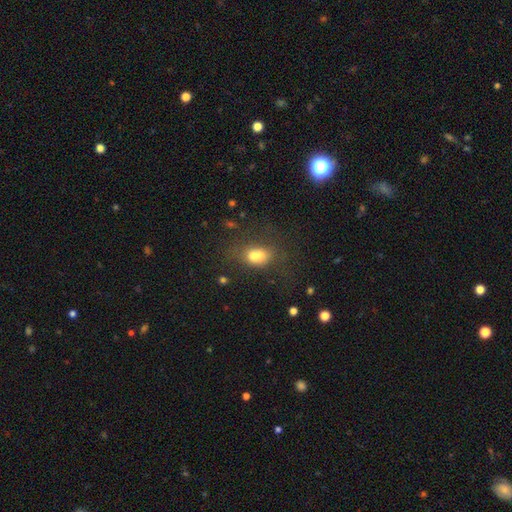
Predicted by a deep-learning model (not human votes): Smooth or featured: smooth — 65% (featured or disk — 21%)
How rounded: in between — 54% (round — 44%)
Merging: merger — 56% (none — 26%)